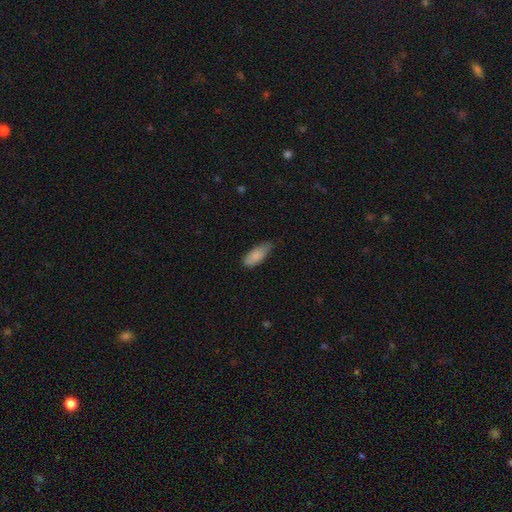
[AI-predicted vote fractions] This appears to be a smooth galaxy with no disk features (86%) that is in between round and cigar-shaped (81%). Merging: none (56%).